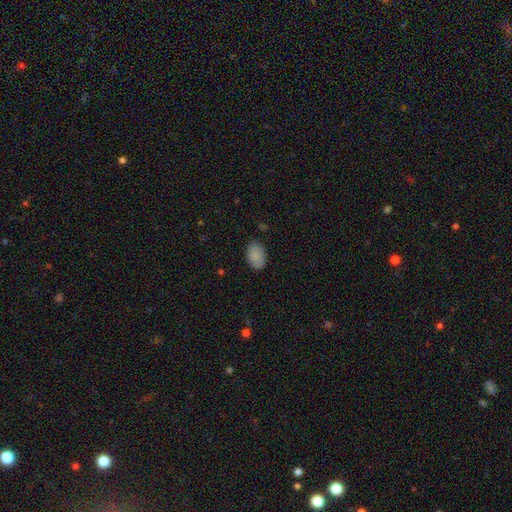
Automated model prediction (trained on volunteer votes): The model was most divided on "merging": none: 82%, minor disturbance: 14%, major disturbance: 3%, merger: 1%. More confident: how rounded — in between (90%); smooth or featured — smooth (86%).